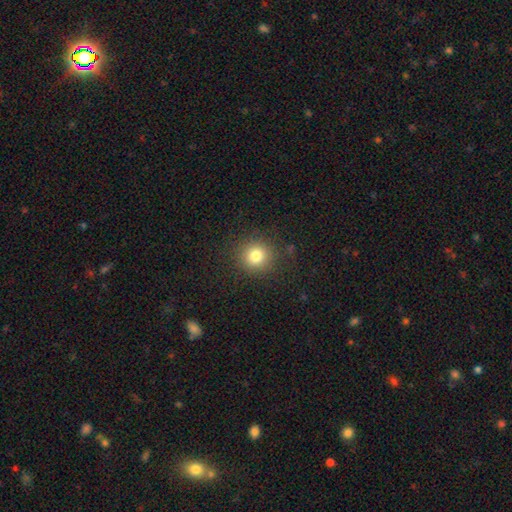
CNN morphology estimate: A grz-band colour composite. It shows a smooth galaxy with no disk features (80%) that is round (92%). Merging: none (88%).